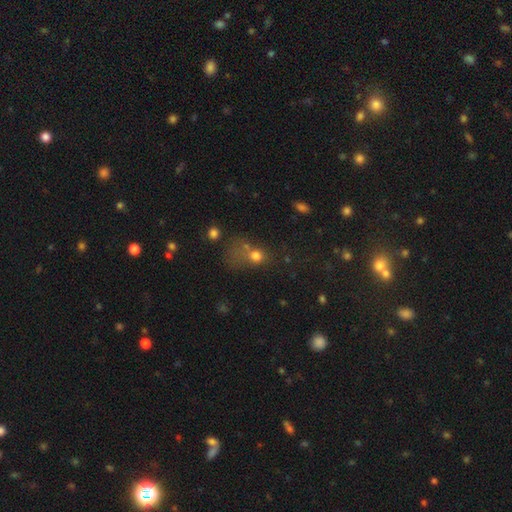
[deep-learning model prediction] This appears to be a smooth galaxy with no disk features (70%) that is round (63%). Merging: none (33%).